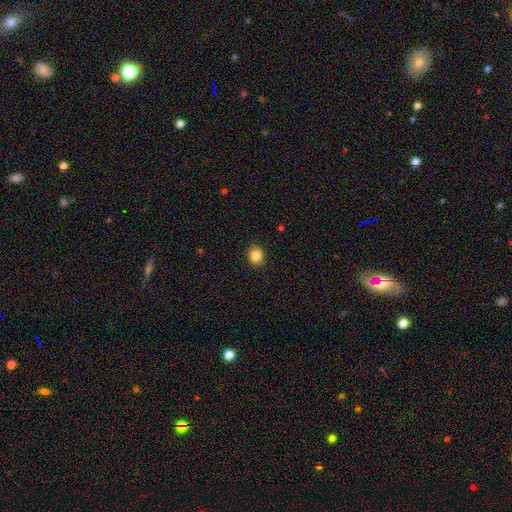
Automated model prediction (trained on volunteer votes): Smooth or featured: smooth — 84% (star or artifact — 11%)
How rounded: round — 76% (in between — 23%)
Merging: none — 91% (minor disturbance — 6%)